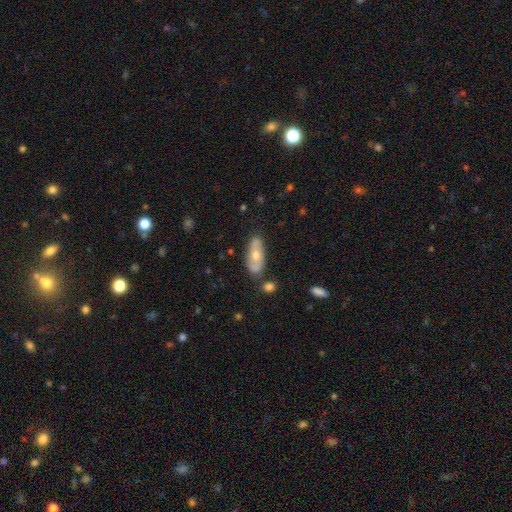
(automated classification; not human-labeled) The model was most divided on "smooth or featured": smooth: 50%, featured or disk: 44%, star or artifact: 7%. More confident: merging — none (68%).